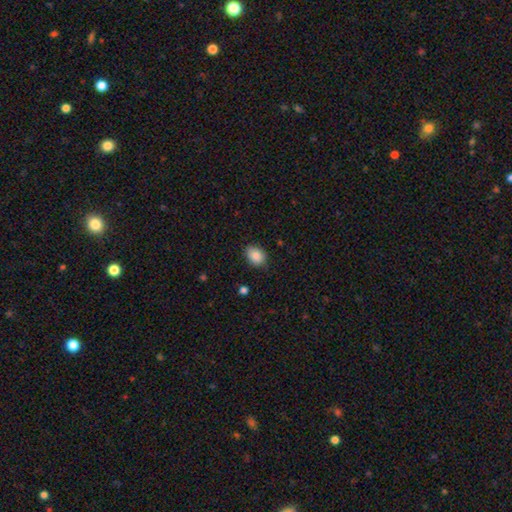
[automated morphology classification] smooth-or-featured: smooth: 87% | star or artifact: 8% | featured or disk: 5%
  how-rounded: in between: 66% | round: 33% | cigar-shaped: 1%
  merging: none: 84% | minor disturbance: 13% | major disturbance: 3% | merger: 1%